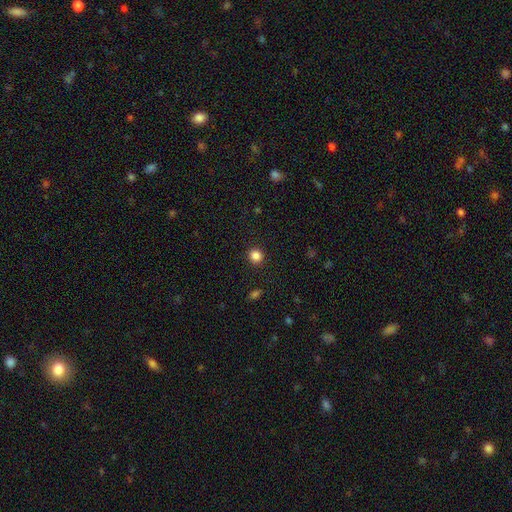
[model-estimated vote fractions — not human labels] Smooth or featured? smooth (85%)
How rounded? round (88%)
Merging? none (91%)